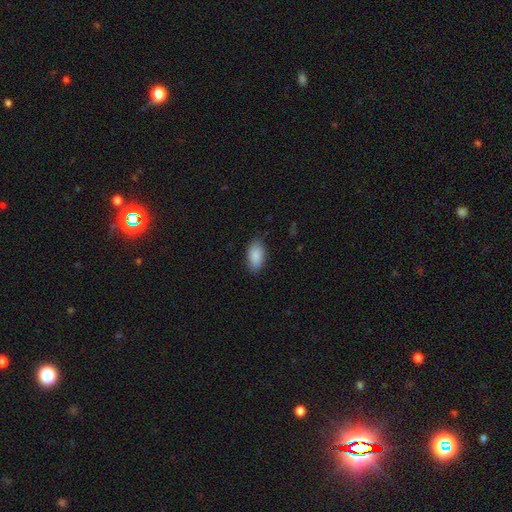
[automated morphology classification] Smooth or featured? Predicted: smooth (p=0.89). How rounded? Predicted: in between (p=0.94). Merging? Predicted: none (p=0.83).